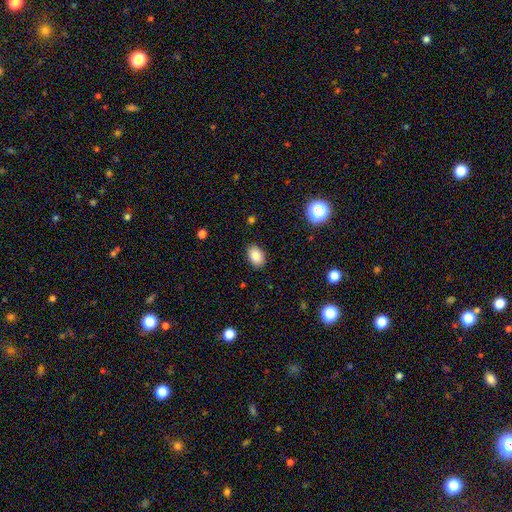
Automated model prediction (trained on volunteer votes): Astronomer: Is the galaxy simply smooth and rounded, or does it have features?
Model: smooth — 85%.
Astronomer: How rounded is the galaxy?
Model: in between — 82%.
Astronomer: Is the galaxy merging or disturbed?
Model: none — 88%.